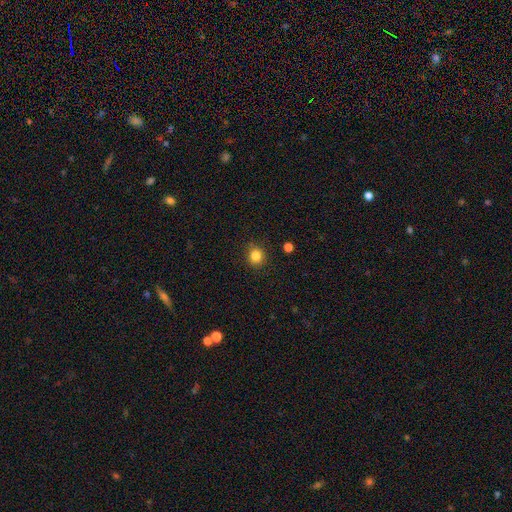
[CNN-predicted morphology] A smooth galaxy with no disk features (84%) that is round (86%). Merging: none (89%).